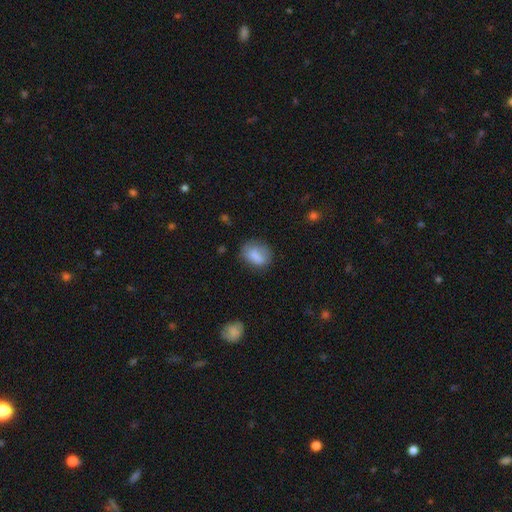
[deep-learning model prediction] A smooth galaxy with no disk features (80%) that is in between round and cigar-shaped (69%).

Vote fractions:
- Smooth or featured? smooth: 80% / featured or disk: 11% / star or artifact: 8%
- How rounded? in between: 69% / round: 29% / cigar-shaped: 2%
- Merging? none: 64% / minor disturbance: 25% / major disturbance: 9% / merger: 2%